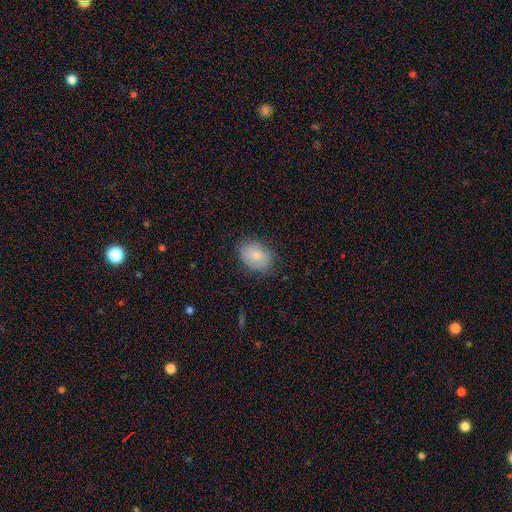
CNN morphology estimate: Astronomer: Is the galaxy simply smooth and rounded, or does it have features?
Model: smooth — 77%.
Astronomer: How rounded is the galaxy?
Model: in between — 80%.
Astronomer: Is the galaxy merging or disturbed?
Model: none — 77%.